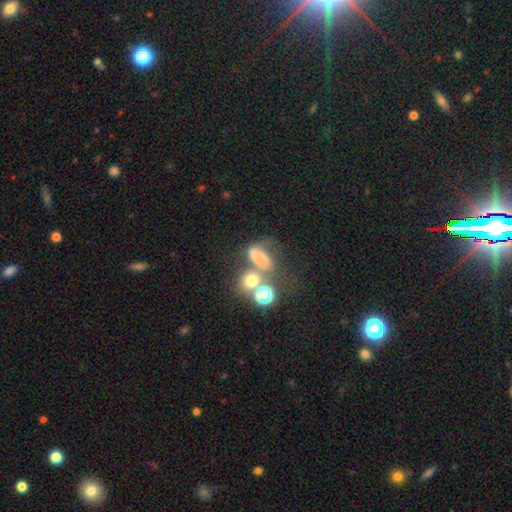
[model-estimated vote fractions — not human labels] This appears to be a smooth galaxy with no disk features (48%). Merging: merger (39%).